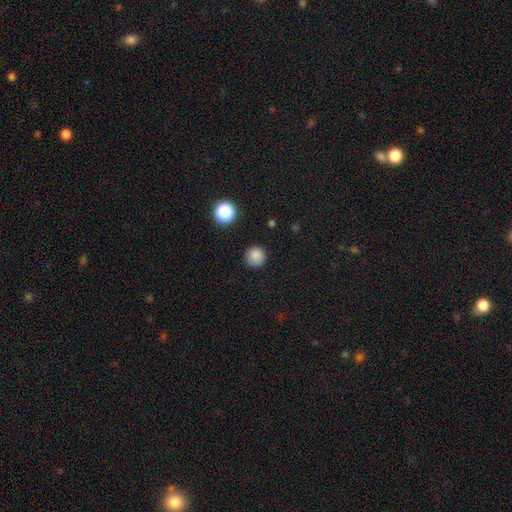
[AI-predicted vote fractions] A smooth galaxy with no disk features (84%) that is round (95%). Merging: none (87%).